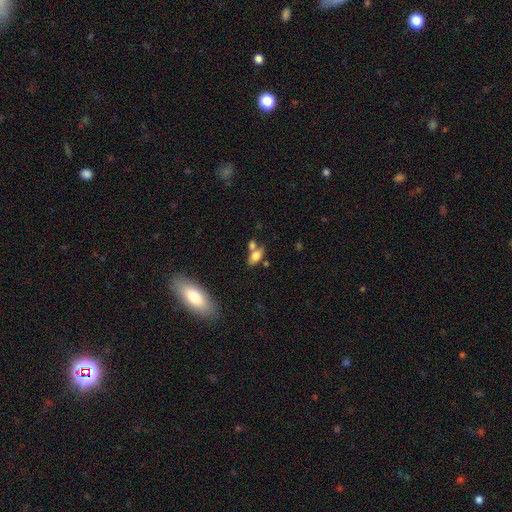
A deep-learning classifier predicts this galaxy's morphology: Smooth or featured?
  - smooth: 72% *
  - featured or disk: 19%
  - star or artifact: 9%
How rounded?
  - in between: 81% *
  - cigar-shaped: 11%
  - round: 8%
Merging?
  - none: 48% *
  - merger: 33%
  - minor disturbance: 13%
  - major disturbance: 5%